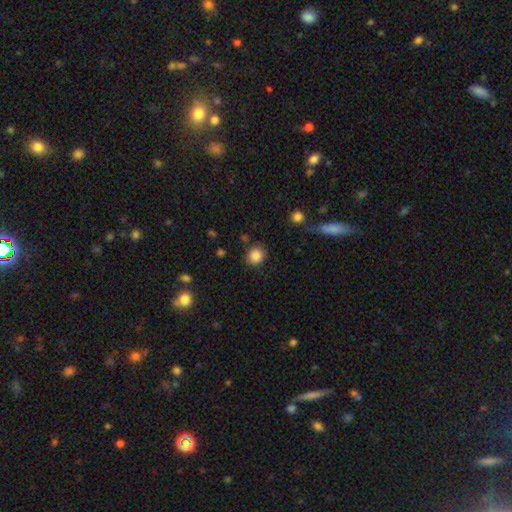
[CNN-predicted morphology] A smooth galaxy with no disk features (86%) that is round (81%). Merging: none (84%).